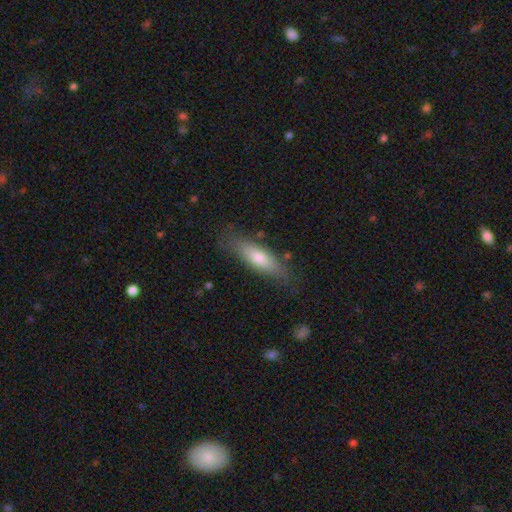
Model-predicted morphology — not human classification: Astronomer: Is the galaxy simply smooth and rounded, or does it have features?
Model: smooth — 66%.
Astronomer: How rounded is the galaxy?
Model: cigar-shaped — 59% (runner-up: in between, 39%).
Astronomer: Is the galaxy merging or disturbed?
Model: none — 80%.